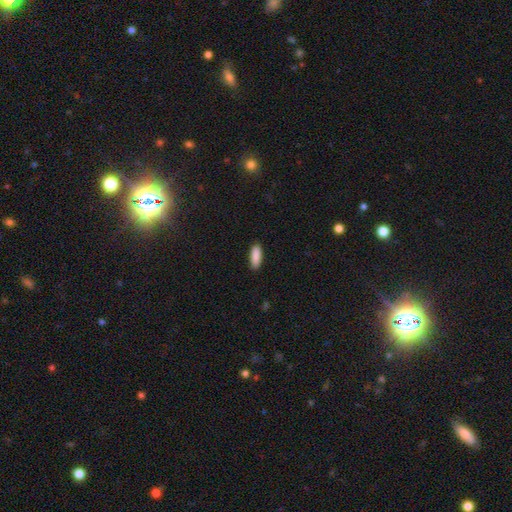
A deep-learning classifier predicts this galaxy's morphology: type=smooth (90%); roundness=in between (62%); merging=none (89%).